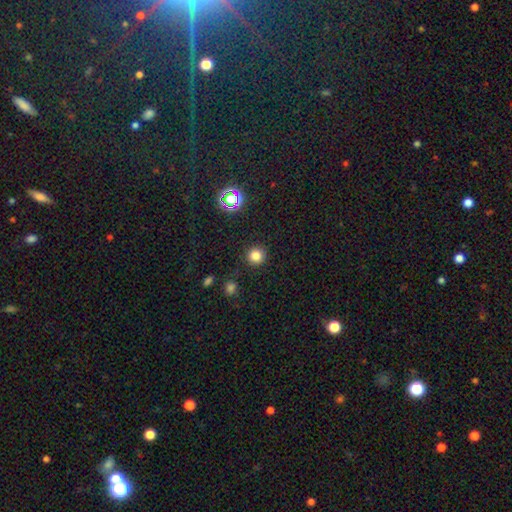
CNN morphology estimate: The model was most divided on "smooth or featured": smooth: 79%, star or artifact: 16%, featured or disk: 5%. More confident: how rounded — round (94%); merging — none (89%).